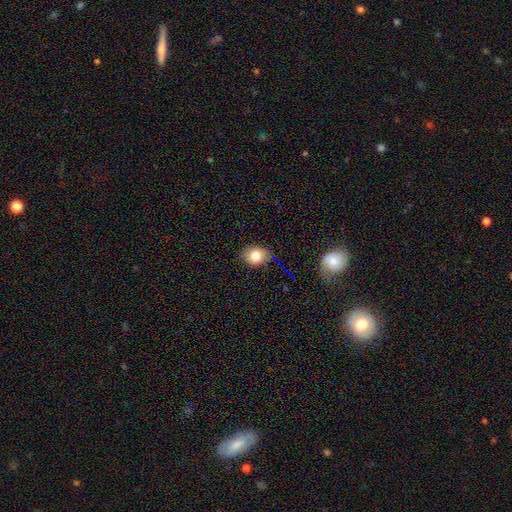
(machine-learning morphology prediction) Smooth or featured: smooth — 78% (star or artifact — 11%)
How rounded: in between — 53% (round — 46%)
Merging: none — 84% (minor disturbance — 12%)